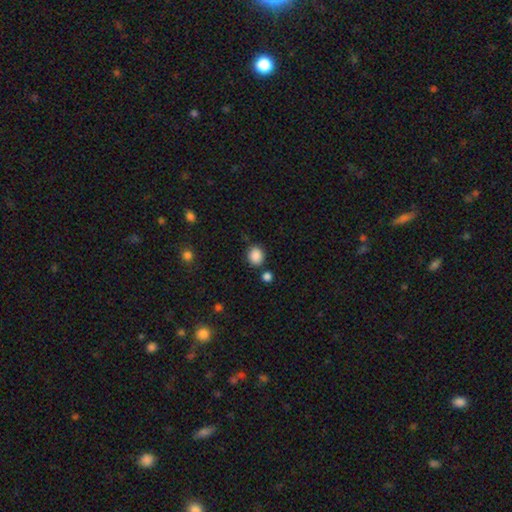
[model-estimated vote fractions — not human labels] Overall: smooth (87%). How rounded: round (69%; in between 30%). Merging: none (78%).